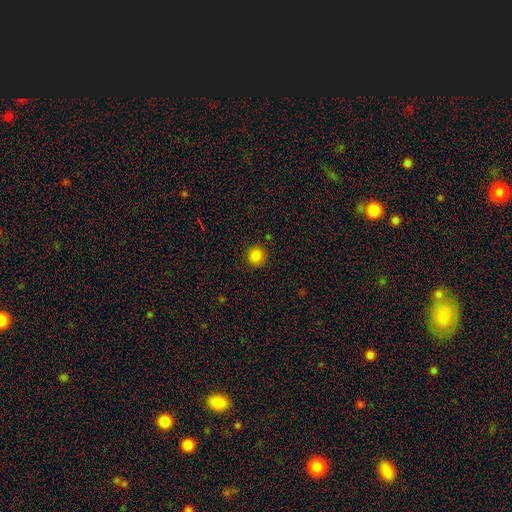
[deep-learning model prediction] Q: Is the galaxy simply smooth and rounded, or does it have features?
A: smooth — 85%.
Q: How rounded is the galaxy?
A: round — 92%.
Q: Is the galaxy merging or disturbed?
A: none — 91%.